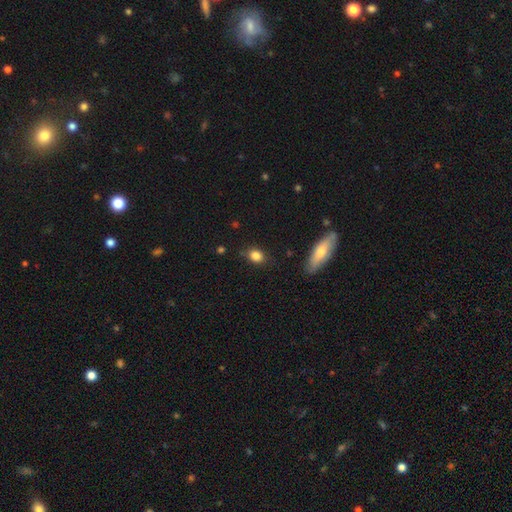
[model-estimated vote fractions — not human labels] Morphology: type=smooth (83%); roundness=in between (57%); merging=none (81%).